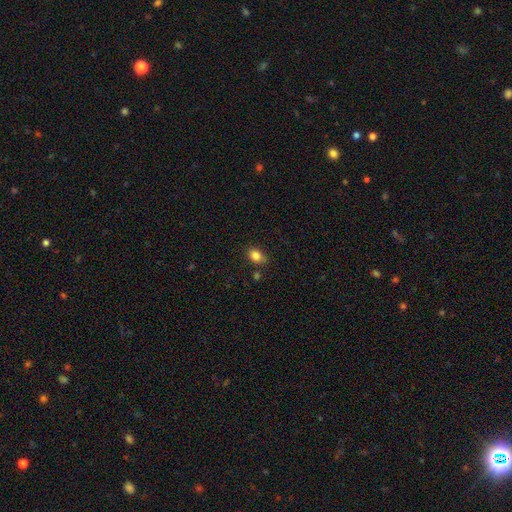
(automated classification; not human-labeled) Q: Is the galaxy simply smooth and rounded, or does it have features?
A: smooth — 84%.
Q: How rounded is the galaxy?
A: in between — 69%.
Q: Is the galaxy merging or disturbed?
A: none — 79%.